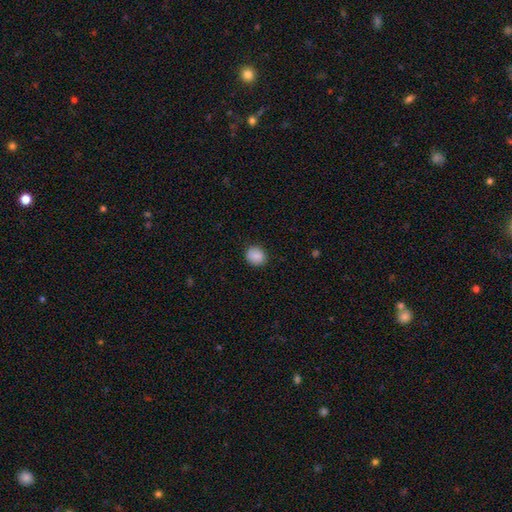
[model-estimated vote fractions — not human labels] Smooth or featured? Predicted: smooth (p=0.88). How rounded? Predicted: round (p=0.77). Merging? Predicted: none (p=0.89).